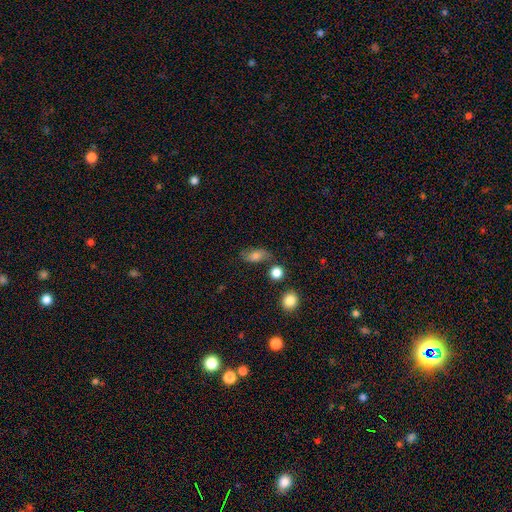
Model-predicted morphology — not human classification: Smooth or featured: smooth — 68% (featured or disk — 22%)
How rounded: in between — 79% (round — 15%)
Merging: none — 67% (minor disturbance — 20%)